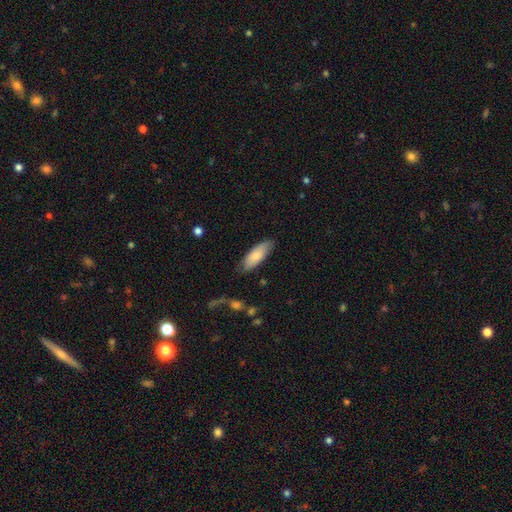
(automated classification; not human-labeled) Smooth or featured? smooth (80%)
How rounded? in between (68%)
Merging? none (80%)